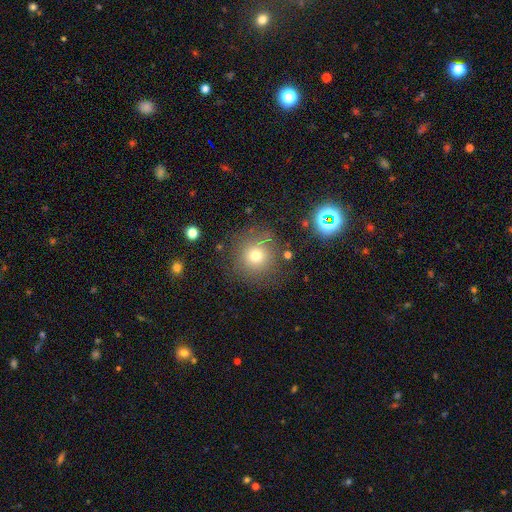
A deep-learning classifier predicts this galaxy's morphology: This appears to be a smooth galaxy with no disk features (72%) that is round (93%). Merging: none (81%).